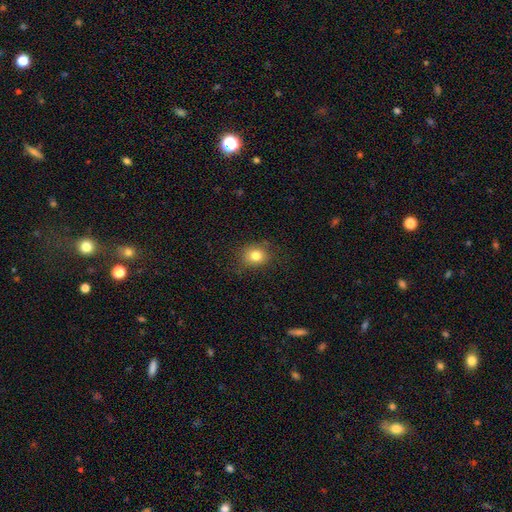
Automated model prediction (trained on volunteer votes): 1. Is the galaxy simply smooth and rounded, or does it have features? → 80% smooth, 12% star or artifact, 8% featured or disk.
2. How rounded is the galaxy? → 68% round, 32% in between, 1% cigar-shaped.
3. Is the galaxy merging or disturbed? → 82% none, 13% minor disturbance, 4% major disturbance, 1% merger.